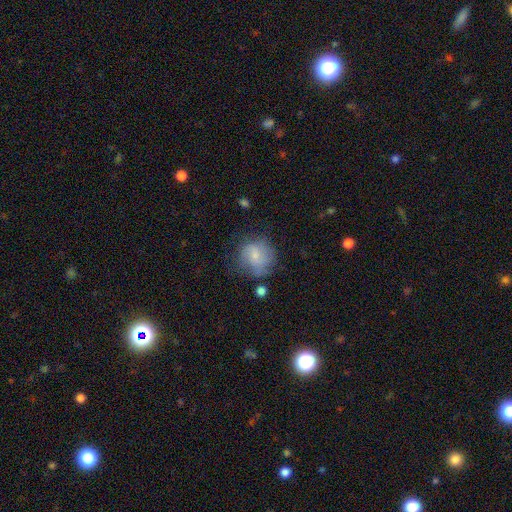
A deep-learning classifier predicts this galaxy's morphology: A smooth galaxy with no disk features (64%) that is round (84%). Merging: none (58%).